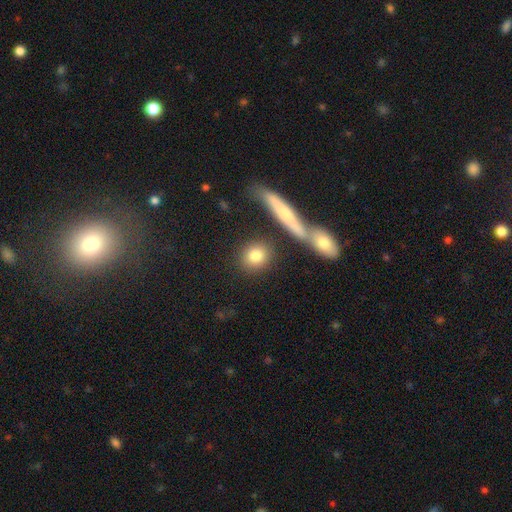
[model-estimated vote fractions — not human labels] Morphology: type=smooth (82%); roundness=round (68%); merging=none (79%).